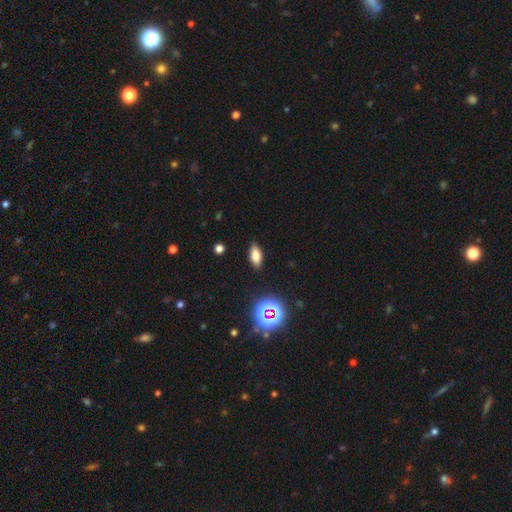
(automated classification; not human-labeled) Smooth or featured?
  - smooth: 74% *
  - star or artifact: 14%
  - featured or disk: 12%
How rounded?
  - in between: 81% *
  - cigar-shaped: 13%
  - round: 5%
Merging?
  - none: 88% *
  - minor disturbance: 9%
  - major disturbance: 2%
  - merger: 1%